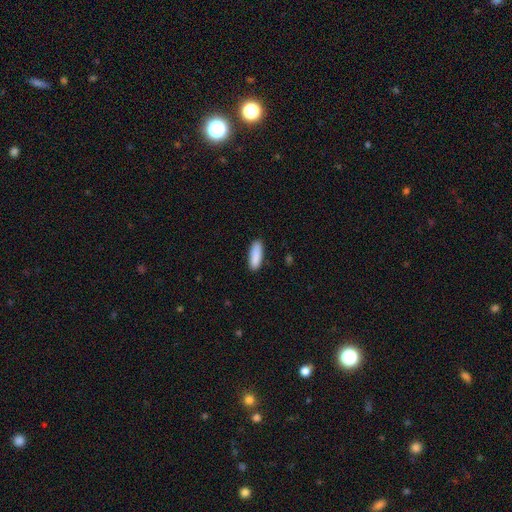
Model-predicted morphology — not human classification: smooth_or_featured: smooth (p=0.90) [alt: star or artifact p=0.06]
how_rounded: in between (p=0.58) [alt: cigar-shaped p=0.40]
merging: none (p=0.88) [alt: minor disturbance p=0.09]